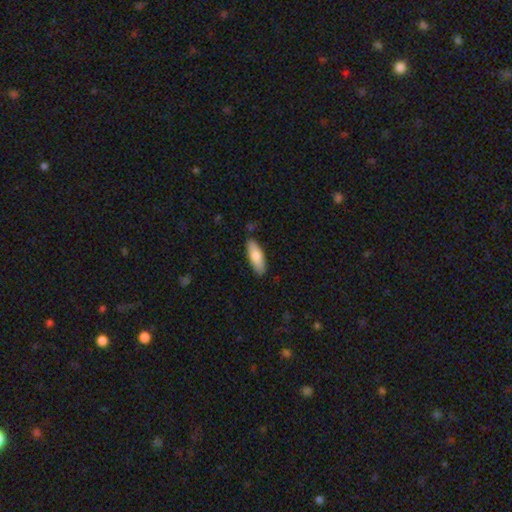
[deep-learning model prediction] smooth-or-featured: smooth: 78% | featured or disk: 16% | star or artifact: 6%
  how-rounded: in between: 61% | cigar-shaped: 37% | round: 2%
  merging: none: 85% | minor disturbance: 11% | major disturbance: 2% | merger: 2%